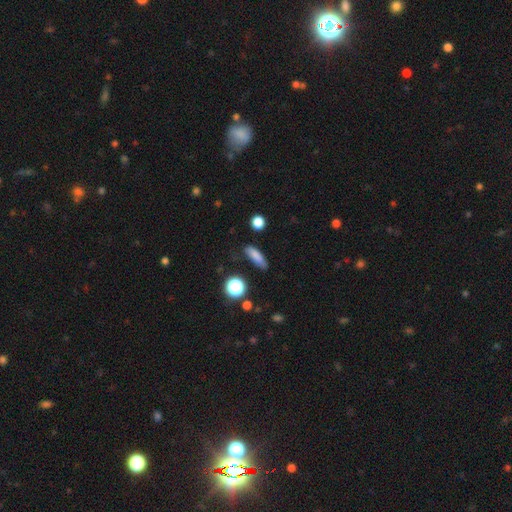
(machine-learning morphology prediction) This appears to be a smooth galaxy with no disk features (80%) that is cigar-shaped (55%). Merging: none (75%).